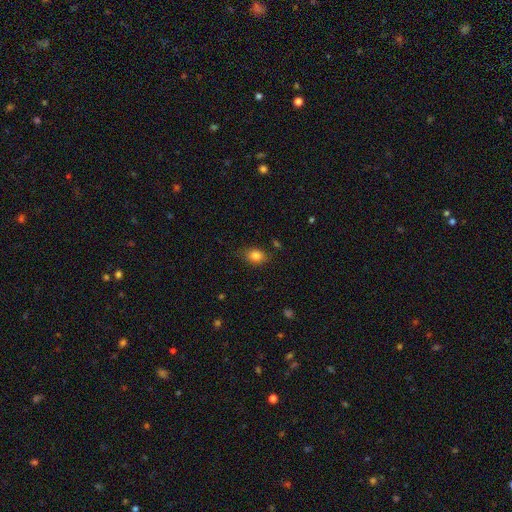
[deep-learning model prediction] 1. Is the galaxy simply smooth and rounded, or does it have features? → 83% smooth, 10% star or artifact, 7% featured or disk.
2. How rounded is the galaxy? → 71% in between, 27% round, 1% cigar-shaped.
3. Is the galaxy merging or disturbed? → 79% none, 15% minor disturbance, 3% major disturbance, 2% merger.